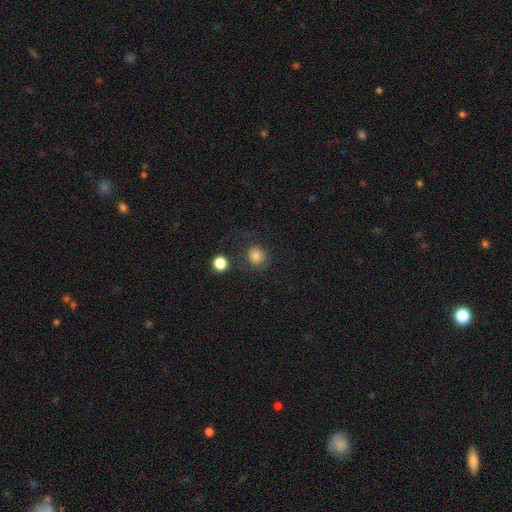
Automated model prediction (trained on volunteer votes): A smooth galaxy with no disk features (79%) that is round (86%). Merging: none (71%).